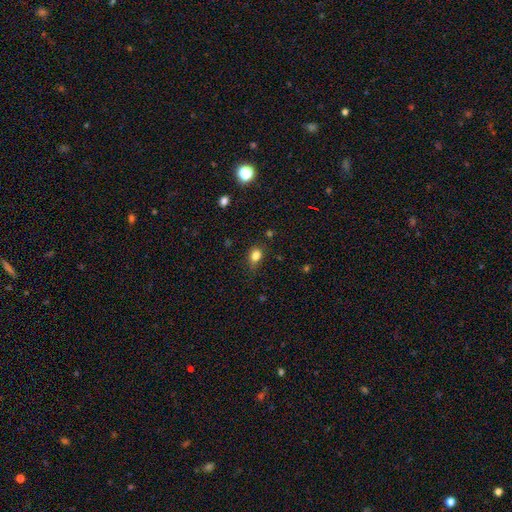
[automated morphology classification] smooth-or-featured: smooth: 82% | star or artifact: 12% | featured or disk: 6%
  how-rounded: in between: 59% | round: 39% | cigar-shaped: 2%
  merging: none: 68% | minor disturbance: 24% | major disturbance: 6% | merger: 2%